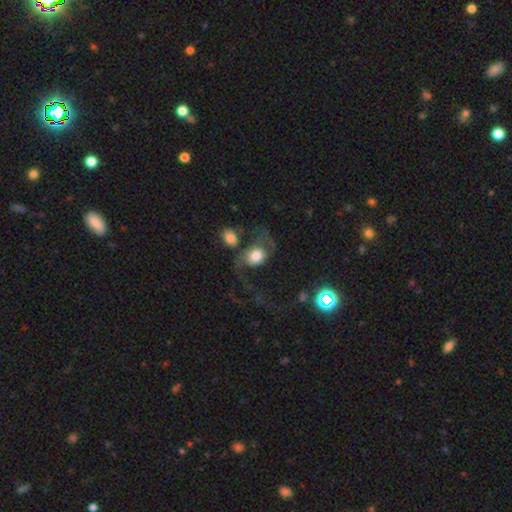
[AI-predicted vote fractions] The model was most divided on "smooth or featured": featured or disk: 47%, smooth: 44%, star or artifact: 9%. Remaining: merging — major disturbance (41%).